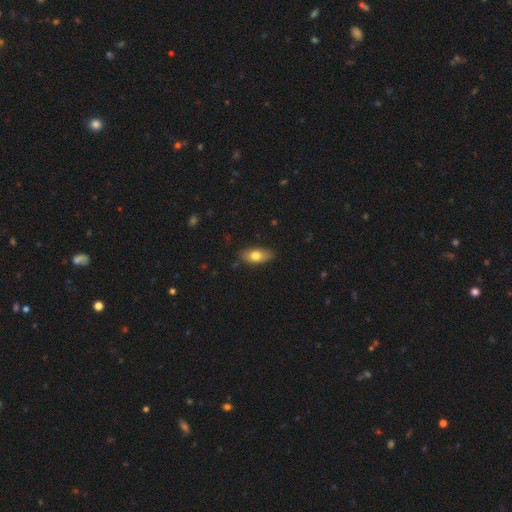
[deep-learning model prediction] This is likely a smooth galaxy (72%). How rounded: clearly in between (85%). Merging: clearly none (82%).